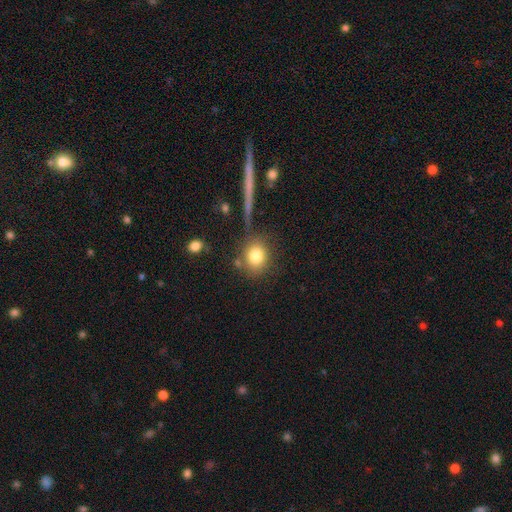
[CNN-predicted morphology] Smooth or featured? smooth (81%)
How rounded? round (70%)
Merging? none (75%)